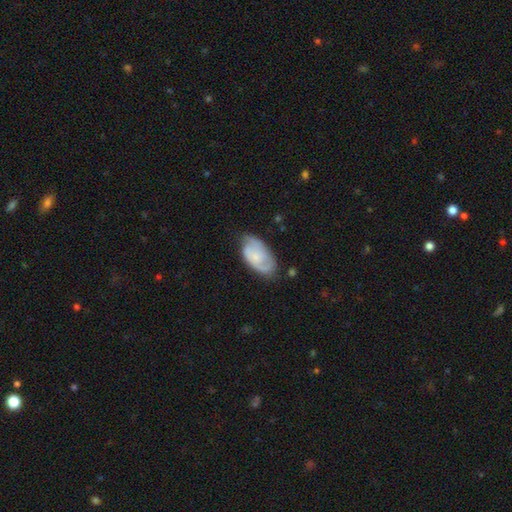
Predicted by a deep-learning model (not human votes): The model was most divided on "smooth or featured": featured or disk: 60%, smooth: 34%, star or artifact: 6%. More confident: edge-on disk — no (95%); spiral arms — yes (86%); bar — no (71%); merging — none (62%); bulge size — small (62%).